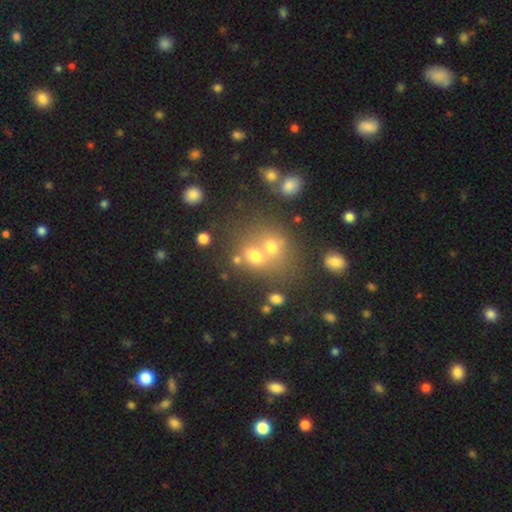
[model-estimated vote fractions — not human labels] smooth_or_featured: smooth (p=0.54) [alt: star or artifact p=0.25]
how_rounded: round (p=0.74) [alt: in between p=0.25]
merging: merger (p=0.51) [alt: none p=0.38]